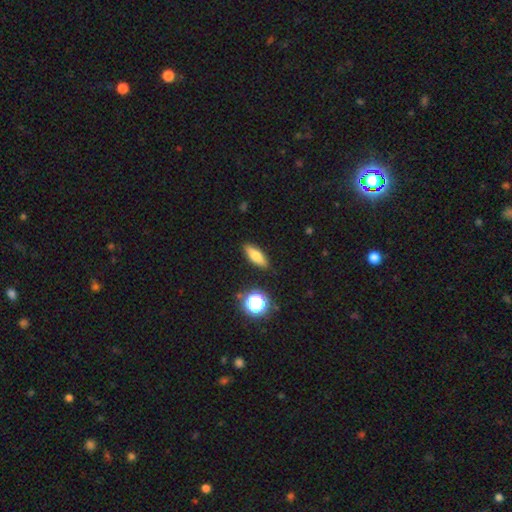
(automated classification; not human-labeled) Smooth or featured?
  - smooth: 69% *
  - featured or disk: 21%
  - star or artifact: 10%
How rounded?
  - in between: 56% *
  - cigar-shaped: 37%
  - round: 7%
Merging?
  - none: 87% *
  - minor disturbance: 9%
  - major disturbance: 2%
  - merger: 2%